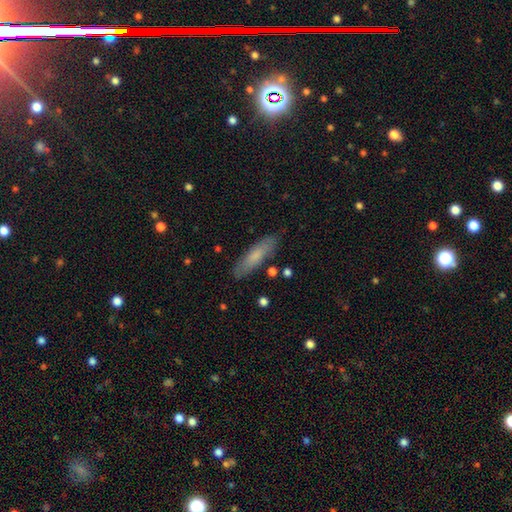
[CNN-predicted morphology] Smooth or featured? smooth (71%)
How rounded? cigar-shaped (67%)
Merging? none (85%)